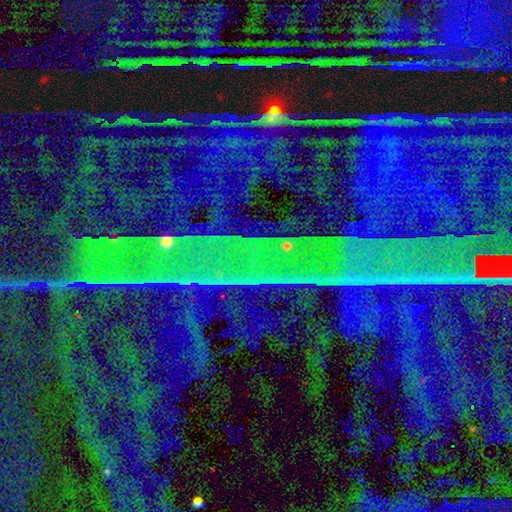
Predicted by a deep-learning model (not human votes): star or artifact 86%, featured or disk 7%, smooth 6%.